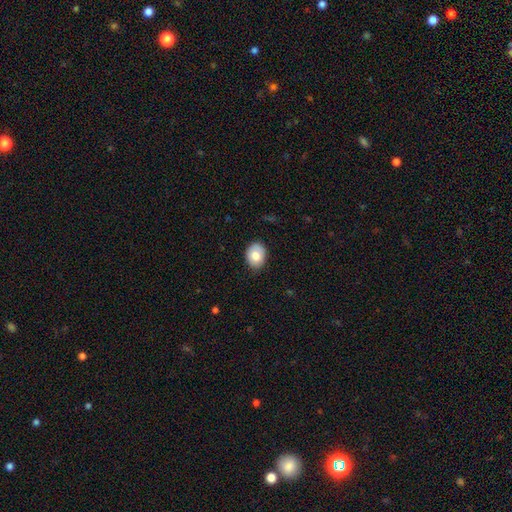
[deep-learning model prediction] A smooth galaxy with no disk features (78%) that is in between round and cigar-shaped (53%). Merging: none (82%).